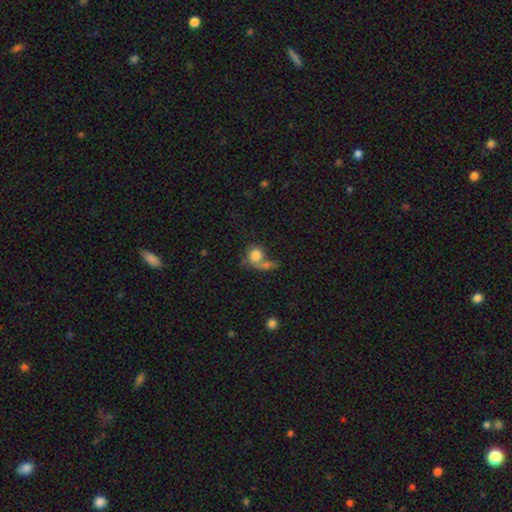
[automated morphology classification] Smooth or featured?
  - smooth: 77% *
  - featured or disk: 14%
  - star or artifact: 9%
How rounded?
  - round: 76% *
  - in between: 22%
  - cigar-shaped: 2%
Merging?
  - merger: 40% *
  - none: 33%
  - major disturbance: 15%
  - minor disturbance: 12%